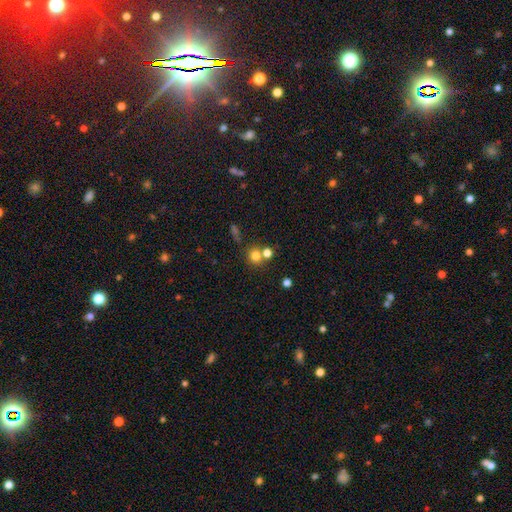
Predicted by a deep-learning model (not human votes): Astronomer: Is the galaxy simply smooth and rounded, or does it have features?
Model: smooth — 76%.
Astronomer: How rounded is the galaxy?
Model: round — 87%.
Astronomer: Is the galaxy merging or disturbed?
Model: none — 57% (runner-up: merger, 32%).